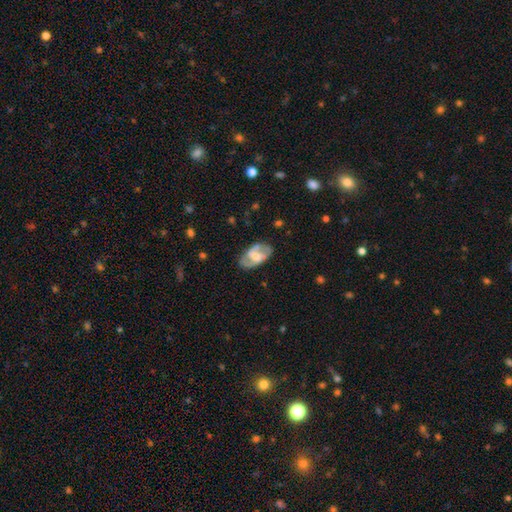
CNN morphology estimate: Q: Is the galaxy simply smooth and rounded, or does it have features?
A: featured or disk — 67%.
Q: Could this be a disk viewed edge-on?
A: no — 96%.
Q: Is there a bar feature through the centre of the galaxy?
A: weak — 47%.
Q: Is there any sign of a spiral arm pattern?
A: yes — 78%.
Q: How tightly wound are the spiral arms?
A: medium — 48%.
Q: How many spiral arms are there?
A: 2 — 73%.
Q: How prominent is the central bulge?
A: moderate — 36%.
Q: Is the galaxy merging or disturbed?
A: none — 68%.